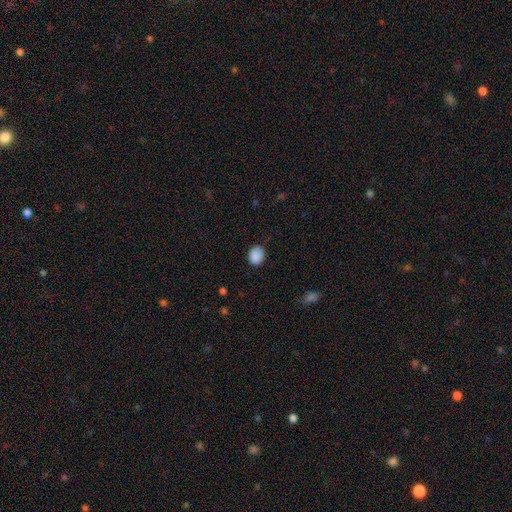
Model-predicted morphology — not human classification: A smooth galaxy with no disk features (89%) that is round (55%). Merging: none (77%).